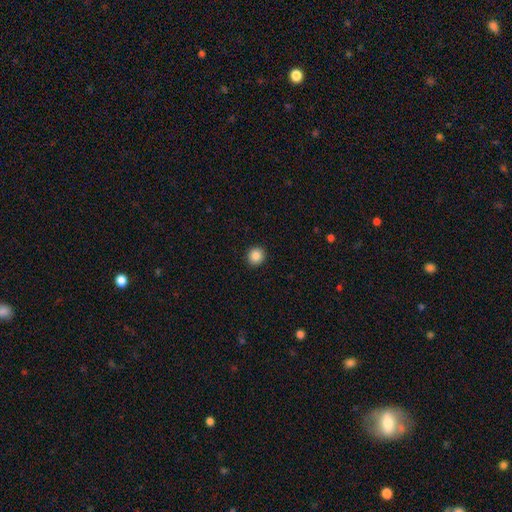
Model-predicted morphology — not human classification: Overall: smooth (87%). How rounded: round (93%). Merging: none (93%).